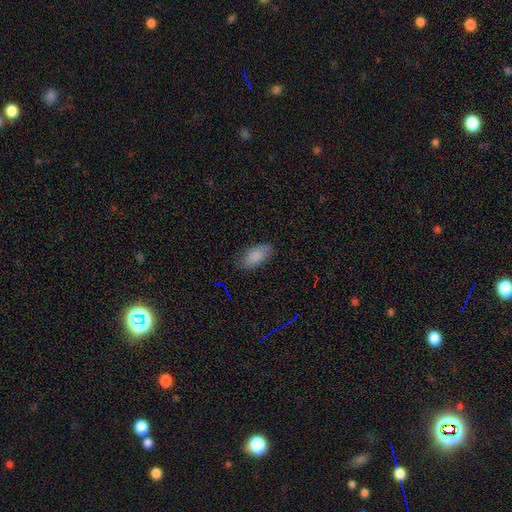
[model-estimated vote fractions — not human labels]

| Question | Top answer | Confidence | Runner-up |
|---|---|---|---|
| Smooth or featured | smooth | 85% | featured or disk (8%) |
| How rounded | in between | 92% | cigar-shaped (5%) |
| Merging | none | 80% | minor disturbance (15%) |